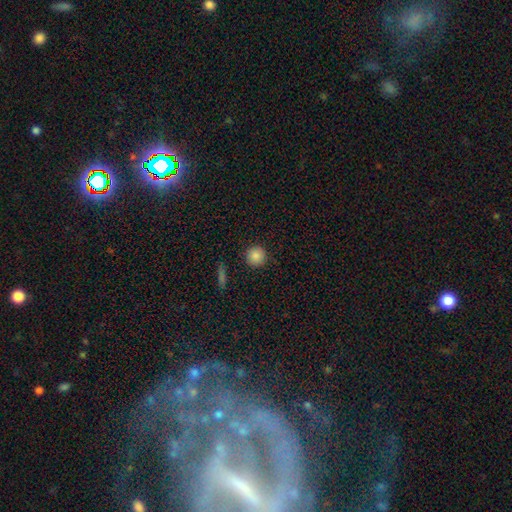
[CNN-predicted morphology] A smooth galaxy with no disk features (86%) that is round (95%). Merging: none (91%).